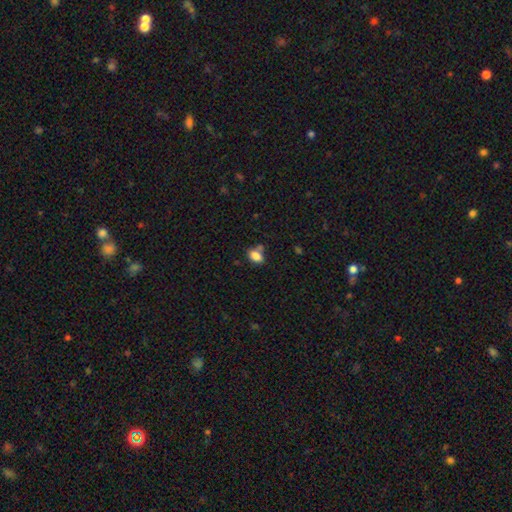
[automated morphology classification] Smooth or featured?
  - smooth: 83% *
  - star or artifact: 10%
  - featured or disk: 7%
How rounded?
  - in between: 85% *
  - round: 12%
  - cigar-shaped: 3%
Merging?
  - none: 59% *
  - merger: 18%
  - minor disturbance: 18%
  - major disturbance: 5%